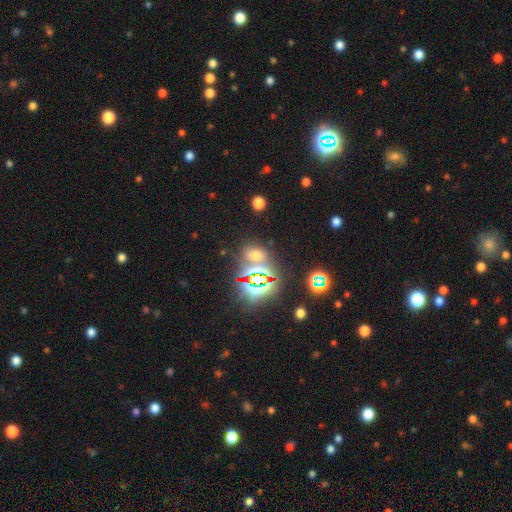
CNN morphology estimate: Smooth or featured: star or artifact — 49% (smooth — 42%)